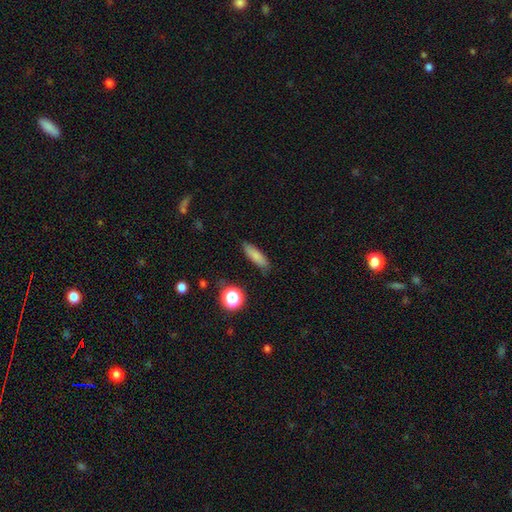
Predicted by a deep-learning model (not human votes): Q: Smooth or featured?
A: smooth (80%); runner-up: star or artifact (10%)
Q: How rounded?
A: cigar-shaped (57%); runner-up: in between (39%)
Q: Merging?
A: none (83%); runner-up: minor disturbance (12%)